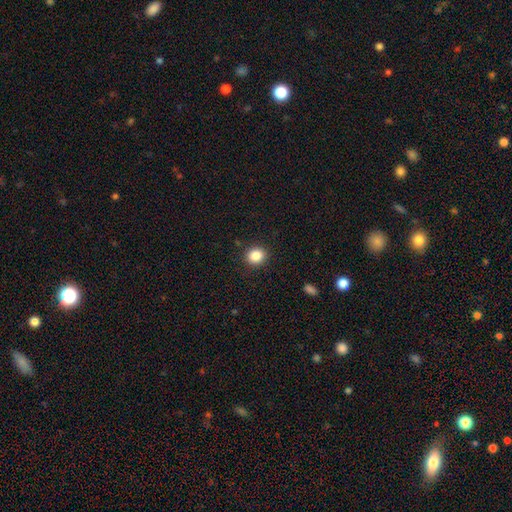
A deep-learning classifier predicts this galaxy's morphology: Overall: smooth (86%). How rounded: round (74%). Merging: none (90%).